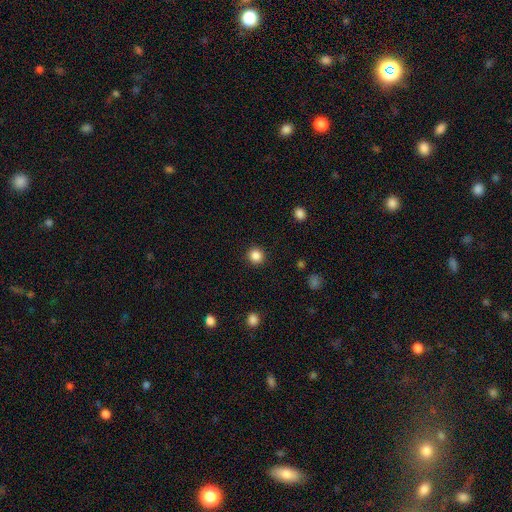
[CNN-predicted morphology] A smooth galaxy with no disk features (86%) that is round (94%). Merging: none (92%).